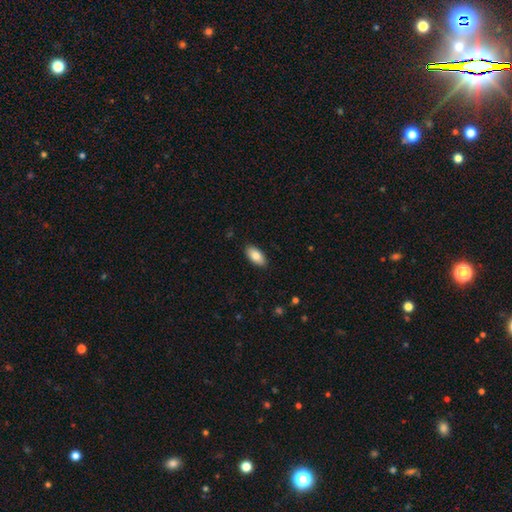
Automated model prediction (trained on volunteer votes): Smooth or featured? smooth (85%)
How rounded? in between (93%)
Merging? none (89%)